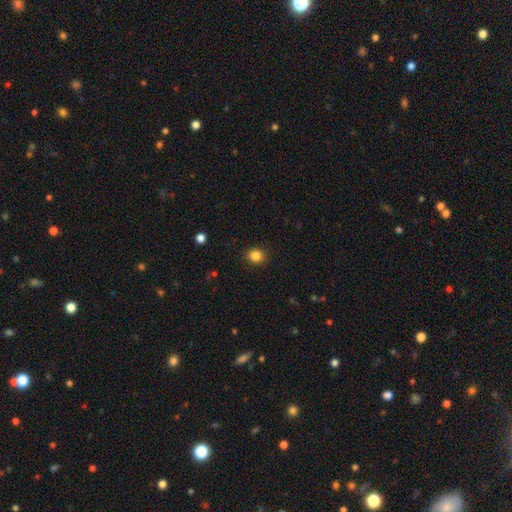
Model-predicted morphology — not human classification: A smooth galaxy with no disk features (85%) that is round (81%).

Vote fractions:
- Smooth or featured? smooth: 85% / star or artifact: 11% / featured or disk: 4%
- How rounded? round: 81% / in between: 18% / cigar-shaped: 1%
- Merging? none: 90% / minor disturbance: 7% / major disturbance: 2% / merger: 1%